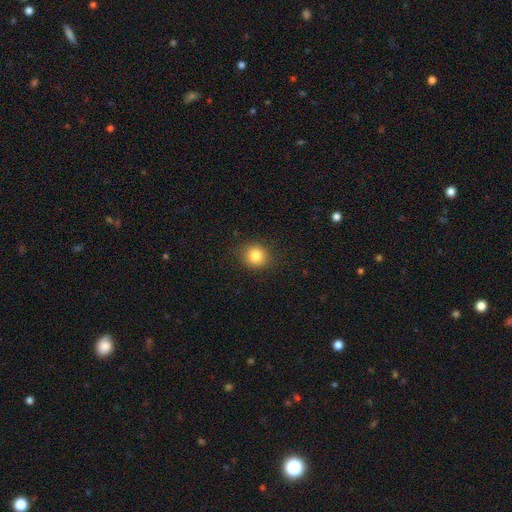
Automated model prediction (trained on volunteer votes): smooth-or-featured: smooth: 83% | star or artifact: 11% | featured or disk: 6%
  how-rounded: round: 84% | in between: 15% | cigar-shaped: 1%
  merging: none: 88% | minor disturbance: 9% | major disturbance: 3% | merger: 1%